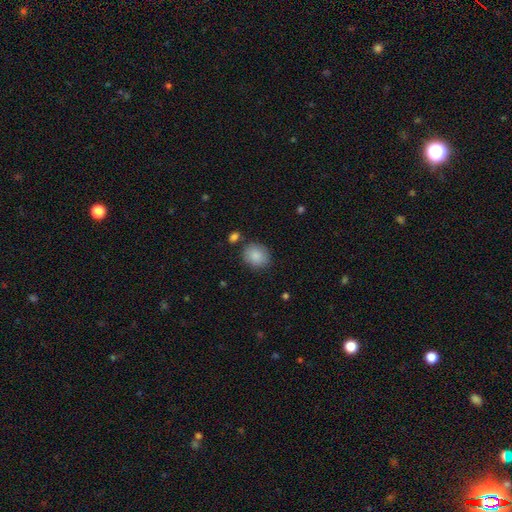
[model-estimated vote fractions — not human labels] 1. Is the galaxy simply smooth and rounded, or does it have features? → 88% smooth, 7% star or artifact, 5% featured or disk.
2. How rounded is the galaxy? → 64% round, 35% in between, 1% cigar-shaped.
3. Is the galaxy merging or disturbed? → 81% none, 12% minor disturbance, 4% merger, 3% major disturbance.